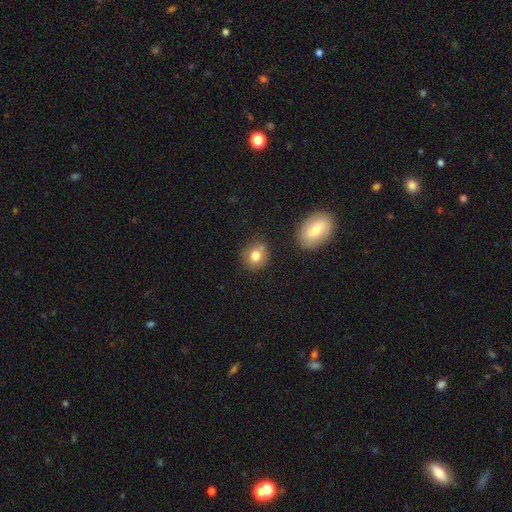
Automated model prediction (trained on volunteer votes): Overall: smooth (79%). How rounded: round (76%). Merging: none (73%).